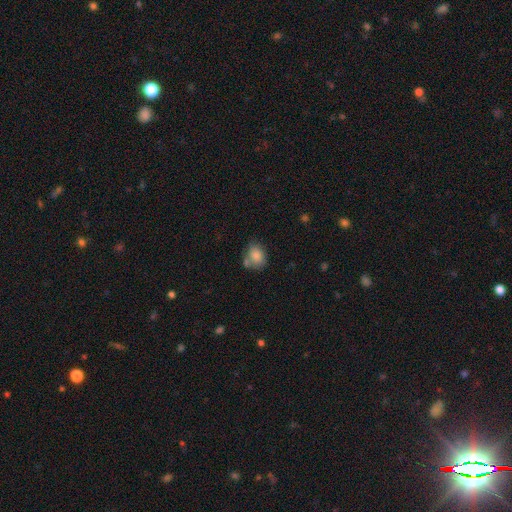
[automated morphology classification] The model was most divided on "how rounded": in between: 58%, round: 41%, cigar-shaped: 1%. More confident: smooth or featured — smooth (83%); merging — none (54%).